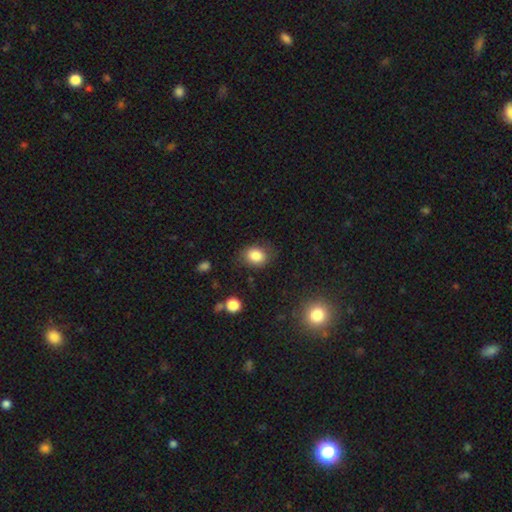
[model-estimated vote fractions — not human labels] Smooth or featured?
  - smooth: 84% *
  - star or artifact: 9%
  - featured or disk: 7%
How rounded?
  - in between: 57% *
  - round: 42%
  - cigar-shaped: 1%
Merging?
  - none: 74% *
  - minor disturbance: 19%
  - major disturbance: 6%
  - merger: 2%